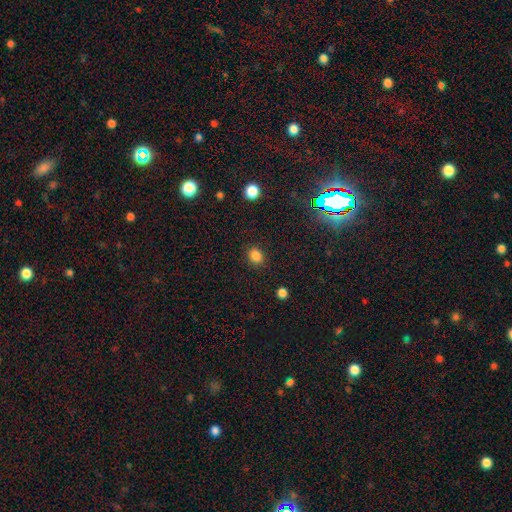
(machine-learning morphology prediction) Overall: smooth (84%). How rounded: round (54%; in between 45%). Merging: none (87%).